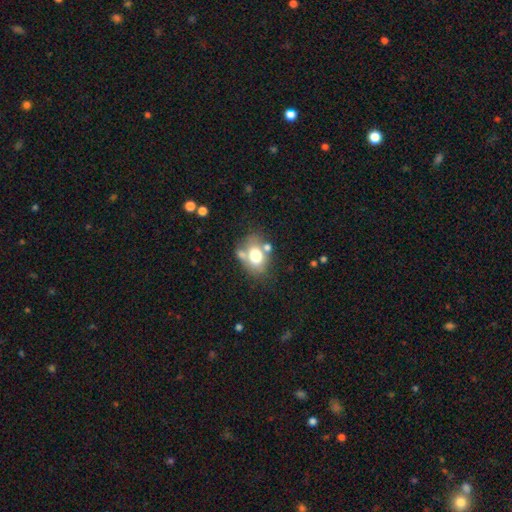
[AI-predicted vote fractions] A smooth galaxy with no disk features (67%) that is in between round and cigar-shaped (70%).

Vote fractions:
- Smooth or featured? smooth: 67% / featured or disk: 23% / star or artifact: 10%
- How rounded? in between: 70% / round: 29% / cigar-shaped: 1%
- Merging? none: 52% / merger: 22% / minor disturbance: 18% / major disturbance: 8%